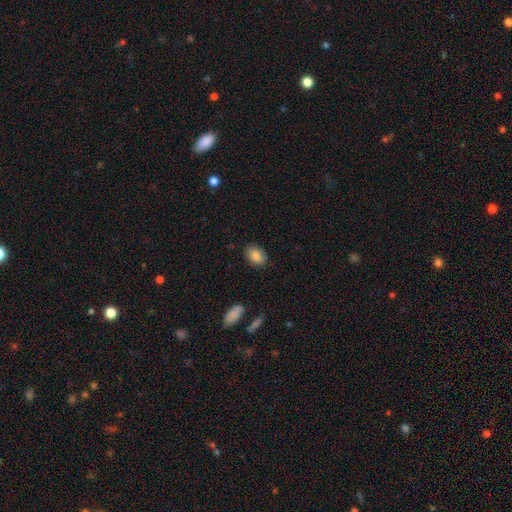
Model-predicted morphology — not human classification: Smooth or featured?
  - smooth: 85% *
  - star or artifact: 8%
  - featured or disk: 8%
How rounded?
  - in between: 79% *
  - round: 20%
  - cigar-shaped: 1%
Merging?
  - none: 87% *
  - minor disturbance: 10%
  - major disturbance: 2%
  - merger: 1%